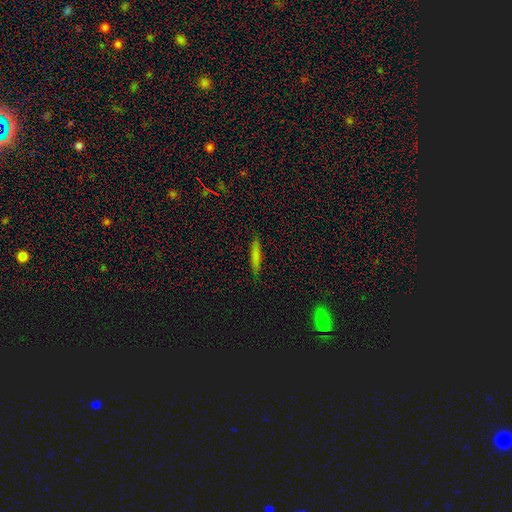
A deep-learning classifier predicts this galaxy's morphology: A smooth galaxy with no disk features (74%) that is cigar-shaped (89%). Merging: none (88%).